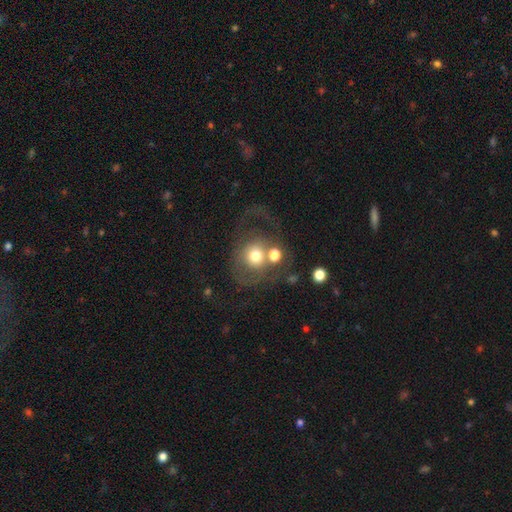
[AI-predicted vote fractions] A smooth galaxy with no disk features (54%) that is round (79%). Merging: none (38%).